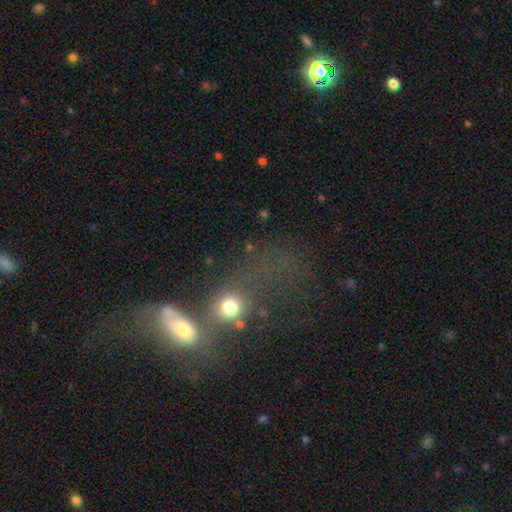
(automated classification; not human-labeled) Morphology: type=smooth (48%); merging=merger (72%).